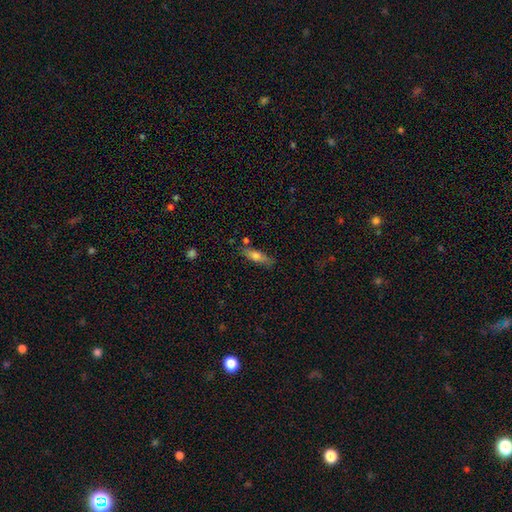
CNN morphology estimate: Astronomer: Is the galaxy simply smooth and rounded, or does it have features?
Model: smooth — 64%.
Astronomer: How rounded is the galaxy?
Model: cigar-shaped — 57% (runner-up: in between, 40%).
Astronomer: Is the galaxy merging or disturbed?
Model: none — 73%.